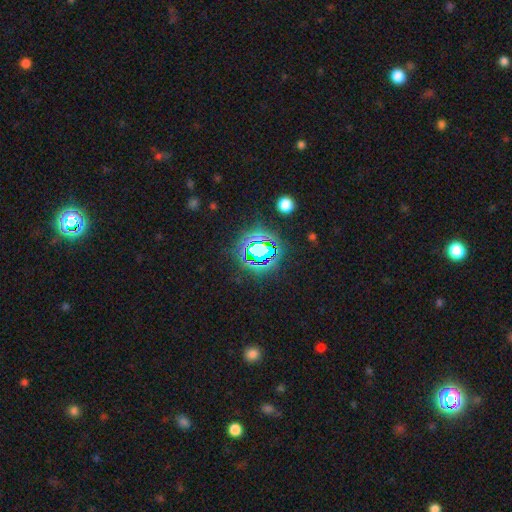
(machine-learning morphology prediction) Smooth or featured?
  - star or artifact: 76% *
  - smooth: 16%
  - featured or disk: 8%